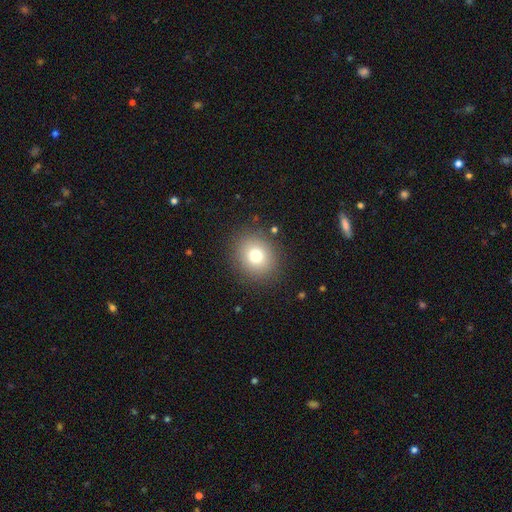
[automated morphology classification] The model was most divided on "how rounded": round: 76%, in between: 23%, cigar-shaped: 1%. More confident: merging — none (87%); smooth or featured — smooth (75%).